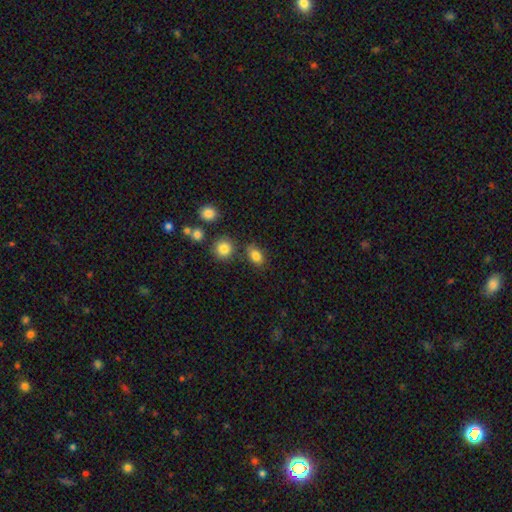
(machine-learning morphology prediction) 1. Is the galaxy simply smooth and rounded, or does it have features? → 83% smooth, 11% star or artifact, 6% featured or disk.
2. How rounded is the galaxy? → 75% in between, 23% round, 2% cigar-shaped.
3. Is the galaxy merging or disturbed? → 75% none, 14% minor disturbance, 8% merger, 4% major disturbance.